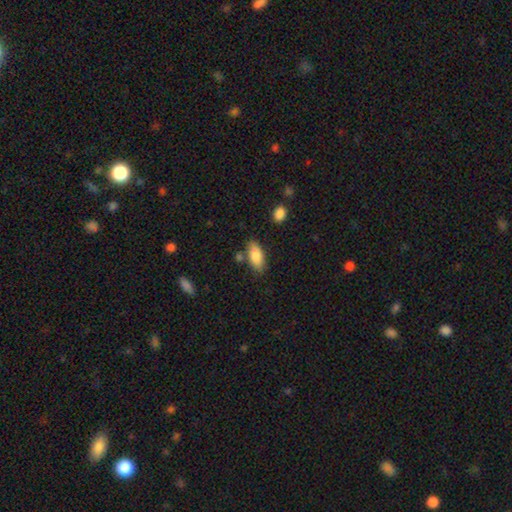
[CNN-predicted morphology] A smooth galaxy with no disk features (86%) that is in between round and cigar-shaped (85%).

Vote fractions:
- Smooth or featured? smooth: 86% / featured or disk: 7% / star or artifact: 6%
- How rounded? in between: 85% / cigar-shaped: 13% / round: 2%
- Merging? none: 76% / minor disturbance: 14% / merger: 6% / major disturbance: 3%